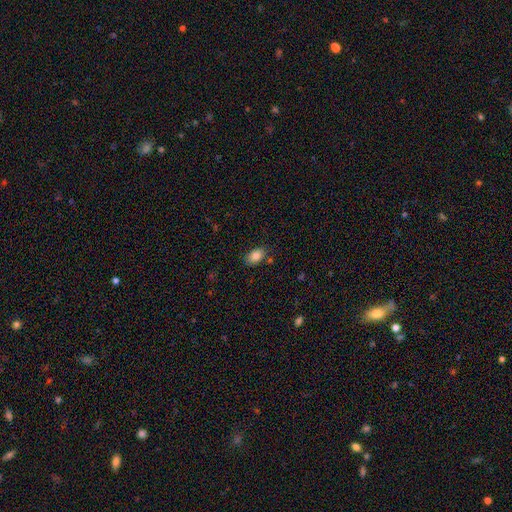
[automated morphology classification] This appears to be a smooth galaxy with no disk features (85%) that is in between round and cigar-shaped (88%). Merging: none (77%).